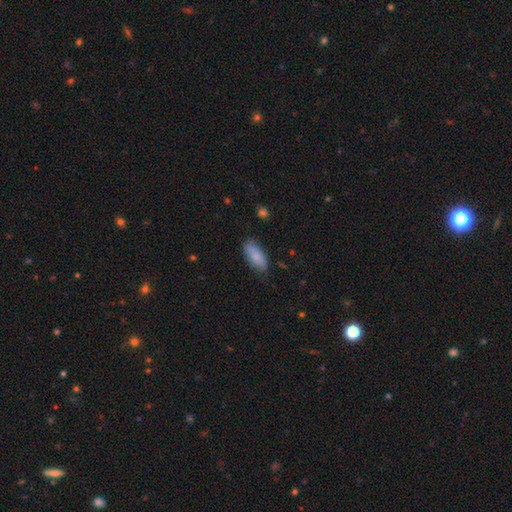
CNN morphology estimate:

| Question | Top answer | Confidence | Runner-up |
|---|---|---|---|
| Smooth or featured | smooth | 85% | featured or disk (9%) |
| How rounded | in between | 80% | cigar-shaped (18%) |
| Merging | none | 77% | minor disturbance (18%) |